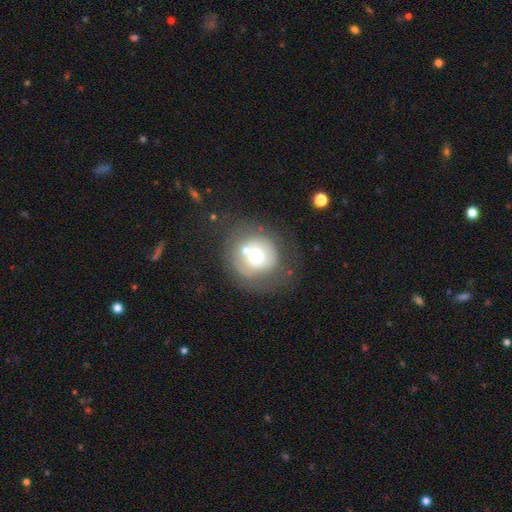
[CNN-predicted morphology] A smooth galaxy with no disk features (53%) that is round (88%).

Vote fractions:
- Smooth or featured? smooth: 53% / featured or disk: 37% / star or artifact: 10%
- How rounded? round: 88% / in between: 11% / cigar-shaped: 1%
- Merging? none: 46% / merger: 23% / minor disturbance: 17% / major disturbance: 14%